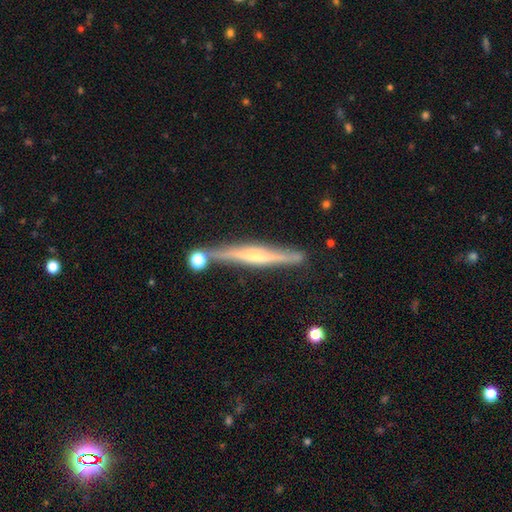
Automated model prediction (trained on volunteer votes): This is likely a featured or disk galaxy (72%). It is clearly viewed edge-on (96%). Edge-on bulge: likely rounded (65%). Merging: likely none (77%).